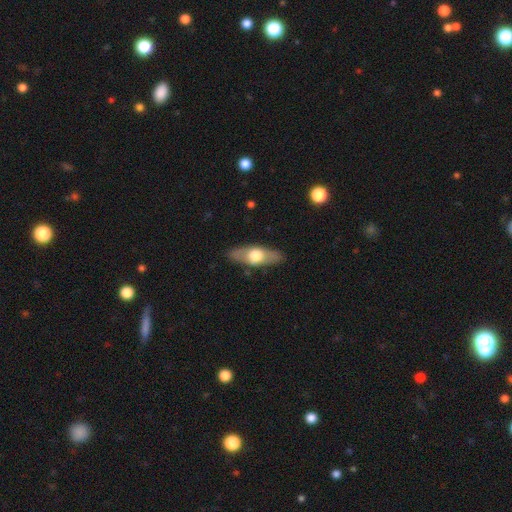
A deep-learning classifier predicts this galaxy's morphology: smooth_or_featured: smooth (p=0.52) [alt: featured or disk p=0.43]
how_rounded: in between (p=0.64) [alt: cigar-shaped p=0.31]
merging: none (p=0.85) [alt: minor disturbance p=0.11]